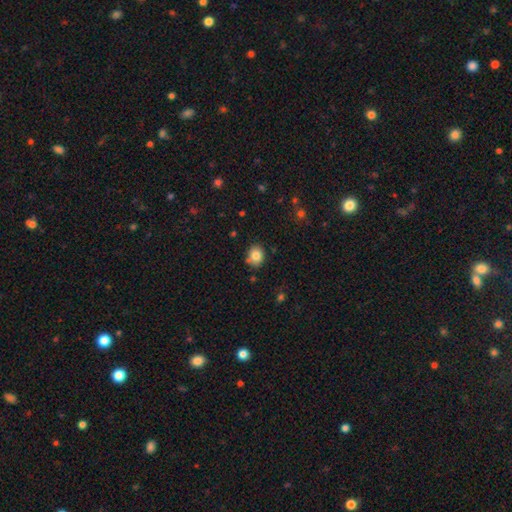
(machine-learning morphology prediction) This is clearly a smooth galaxy (83%). How rounded: likely round (66%). Merging: clearly none (81%).